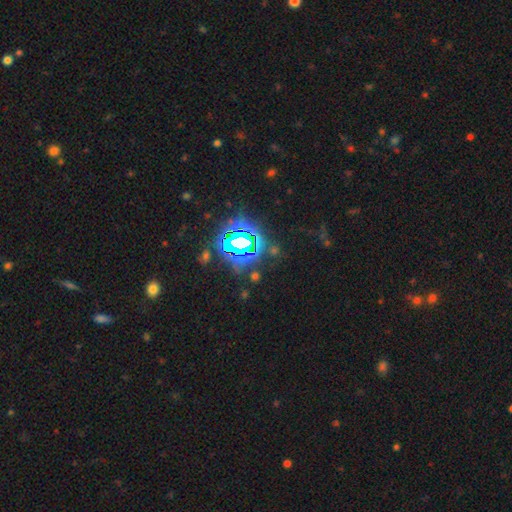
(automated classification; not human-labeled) Smooth or featured? star or artifact (84%)